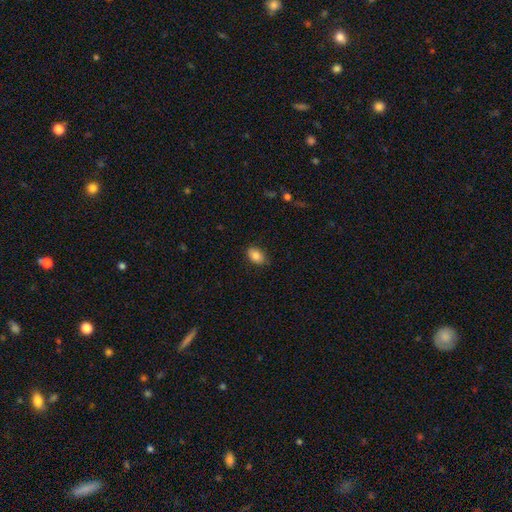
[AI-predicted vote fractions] Smooth or featured? smooth (85%)
How rounded? in between (85%)
Merging? none (84%)